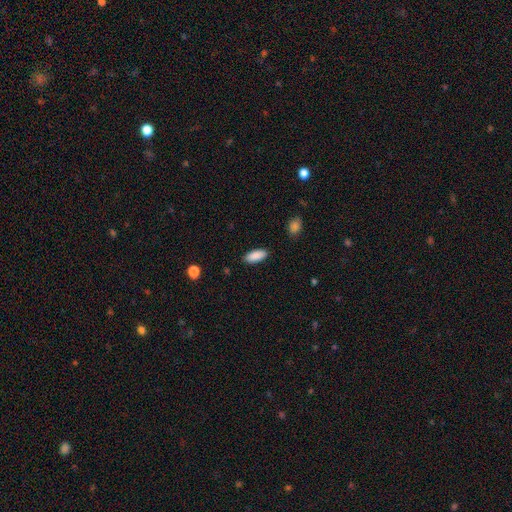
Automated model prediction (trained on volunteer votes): smooth 89%, star or artifact 6%, featured or disk 4%. Down the decision tree: how rounded — in between (83%); merging — none (88%).